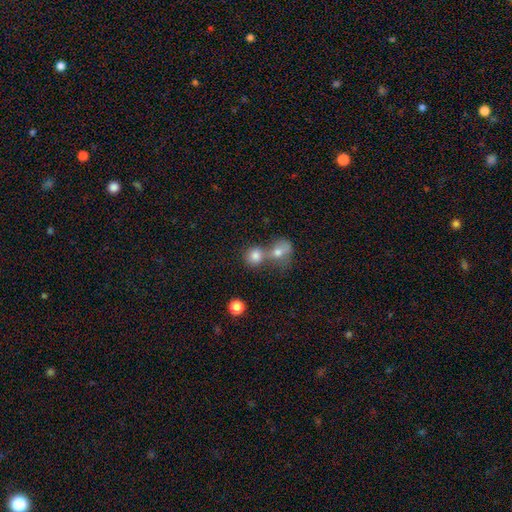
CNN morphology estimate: smooth_or_featured: smooth (p=0.79) [alt: star or artifact p=0.11]
how_rounded: round (p=0.79) [alt: in between p=0.20]
merging: merger (p=0.55) [alt: none p=0.35]